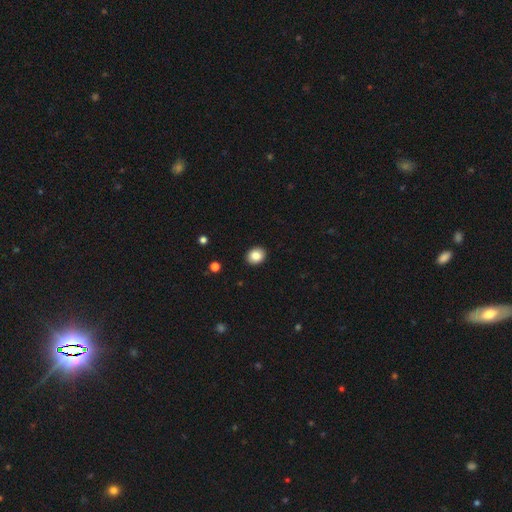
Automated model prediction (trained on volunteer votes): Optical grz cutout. It shows a smooth galaxy with no disk features (86%) that is round (57%). Merging: none (92%).